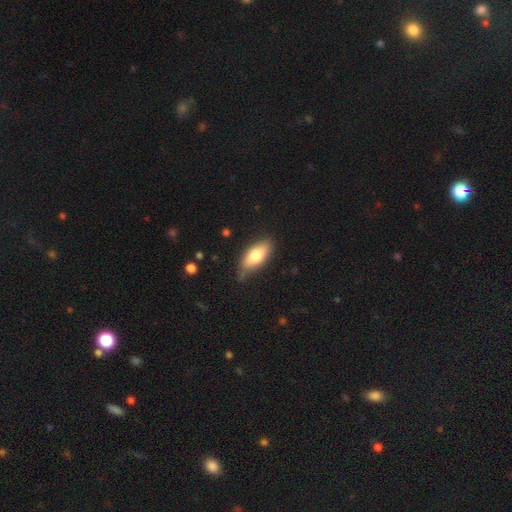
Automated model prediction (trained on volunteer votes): A smooth galaxy with no disk features (74%) that is in between round and cigar-shaped (85%).

Vote fractions:
- Smooth or featured? smooth: 74% / featured or disk: 19% / star or artifact: 6%
- How rounded? in between: 85% / cigar-shaped: 12% / round: 3%
- Merging? none: 75% / minor disturbance: 19% / major disturbance: 4% / merger: 2%